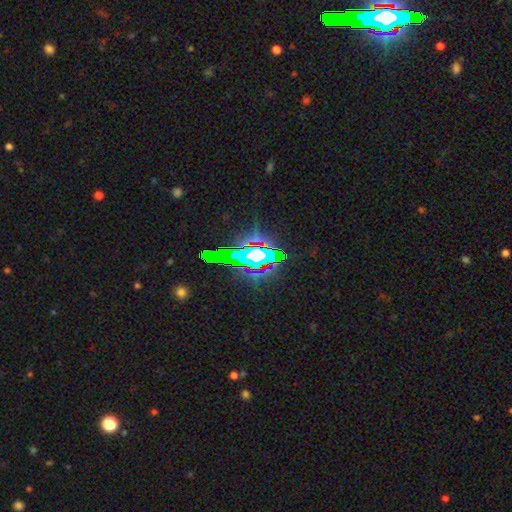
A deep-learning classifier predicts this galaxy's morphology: type=star or artifact (61%).